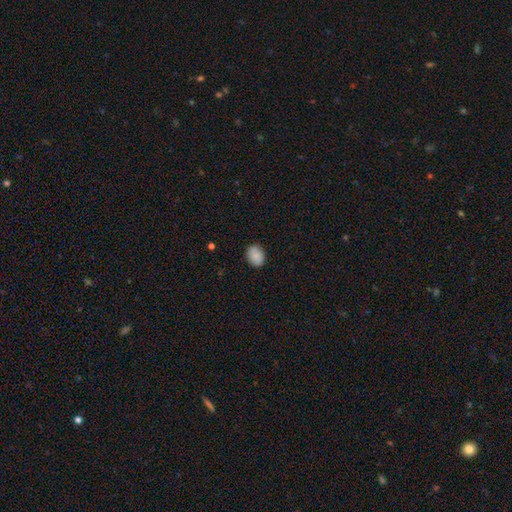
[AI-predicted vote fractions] The model was most divided on "how rounded": in between: 63%, round: 36%, cigar-shaped: 1%. More confident: merging — none (85%); smooth or featured — smooth (84%).